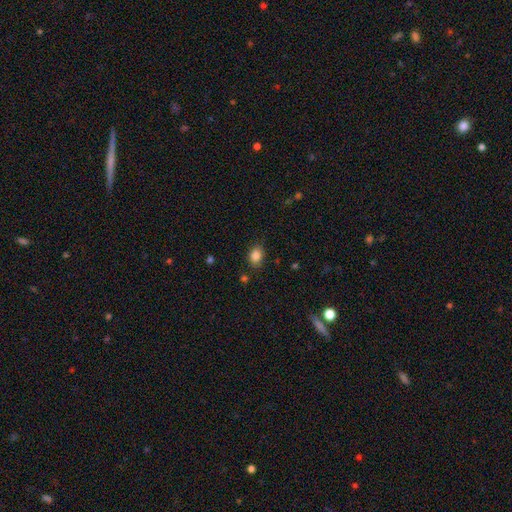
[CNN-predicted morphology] Smooth or featured: smooth — 85% (star or artifact — 10%)
How rounded: in between — 68% (round — 31%)
Merging: none — 82% (minor disturbance — 13%)